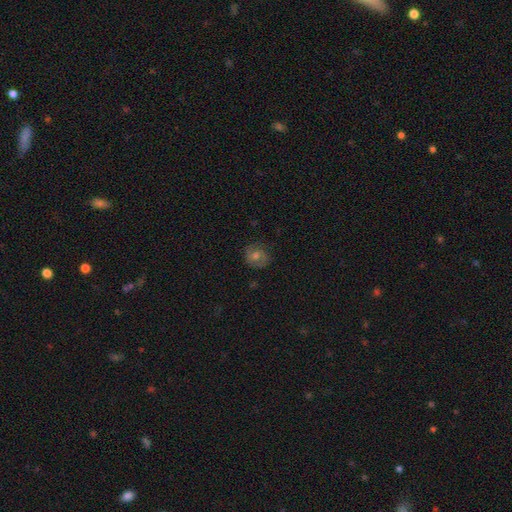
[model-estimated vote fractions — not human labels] smooth-or-featured: featured or disk: 51% | smooth: 36% | star or artifact: 13%
  disk-edge-on: no: 96% | yes: 4%
  merging: none: 83% | minor disturbance: 12% | major disturbance: 4% | merger: 1%